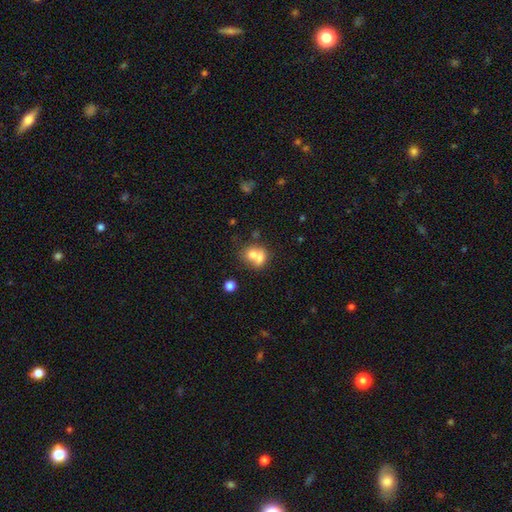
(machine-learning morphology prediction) The model was most divided on "how rounded": round: 65%, in between: 34%, cigar-shaped: 1%. More confident: smooth or featured — smooth (66%); merging — merger (64%).